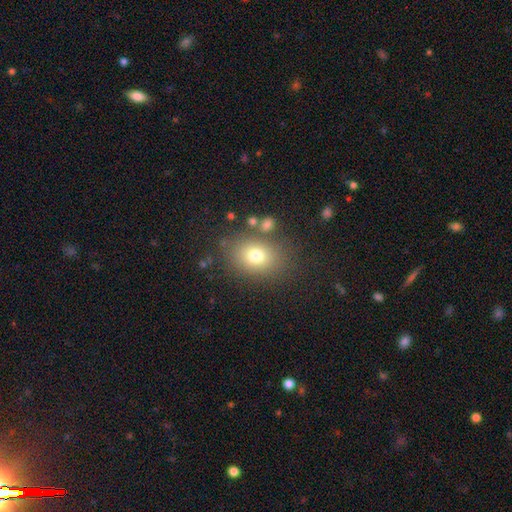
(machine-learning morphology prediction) smooth 76%, featured or disk 12%, star or artifact 12%. Down the decision tree: how rounded — in between (64%); merging — none (78%).